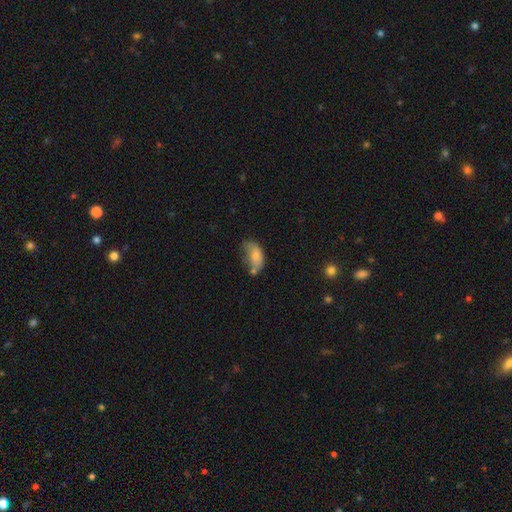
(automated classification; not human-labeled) smooth_or_featured: smooth (p=0.72) [alt: featured or disk p=0.19]
how_rounded: in between (p=0.91) [alt: round p=0.07]
merging: minor disturbance (p=0.33) [alt: none p=0.28]